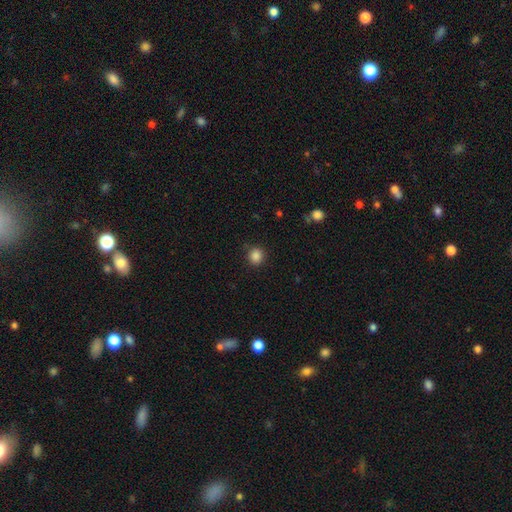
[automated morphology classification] type=smooth (86%); roundness=round (89%); merging=none (86%).